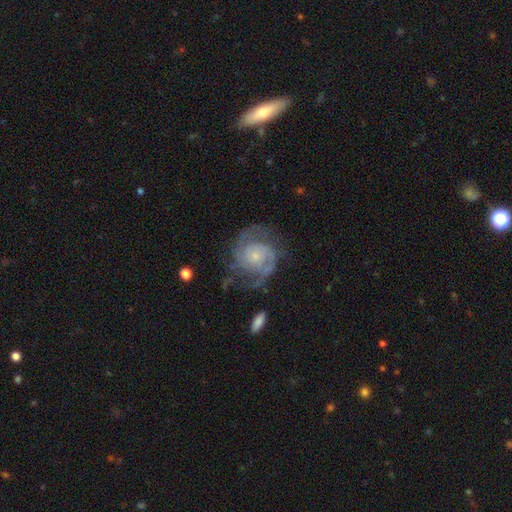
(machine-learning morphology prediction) type=featured or disk (84%); edge-on=no (98%); bar=no (74%); spiral arms=yes (95%); winding=tight (46%); arm count=2 (55%); bulge=small (64%); merging=none (63%).